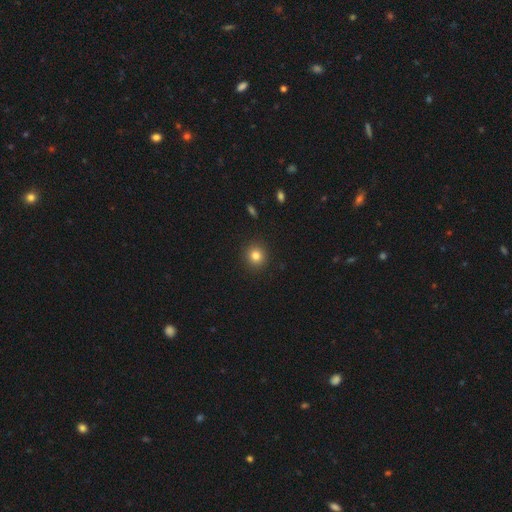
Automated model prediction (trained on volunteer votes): This appears to be a smooth galaxy with no disk features (81%) that is round (91%). Merging: none (92%).